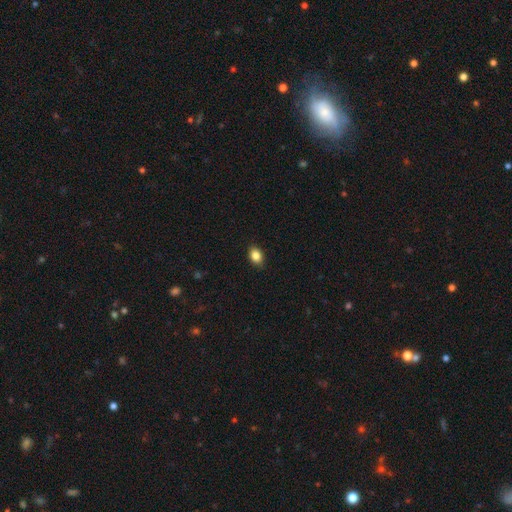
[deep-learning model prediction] Smooth or featured?
  - smooth: 86% *
  - star or artifact: 9%
  - featured or disk: 5%
How rounded?
  - in between: 77% *
  - round: 22%
  - cigar-shaped: 1%
Merging?
  - none: 87% *
  - minor disturbance: 10%
  - major disturbance: 2%
  - merger: 1%